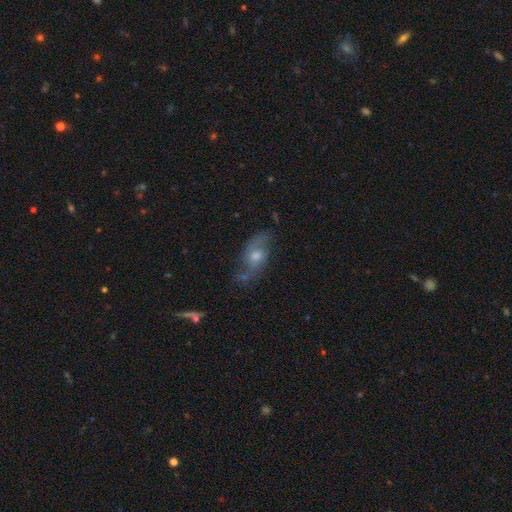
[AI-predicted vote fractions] The model was most divided on "spiral winding": loose: 57%, medium: 33%, tight: 10%. More confident: edge-on disk — no (90%); spiral arms — yes (88%); spiral arm count — 2 (86%); smooth or featured — featured or disk (70%); merging — none (66%); bar — no (64%); bulge size — moderate (60%).